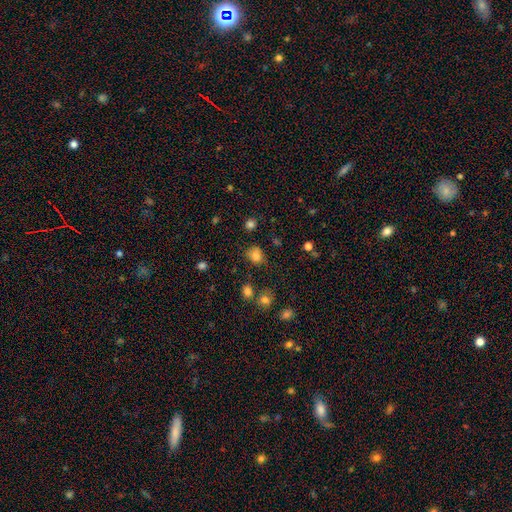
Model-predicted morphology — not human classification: smooth-or-featured: smooth: 80% | star or artifact: 13% | featured or disk: 7%
  how-rounded: round: 61% | in between: 38% | cigar-shaped: 1%
  merging: none: 68% | minor disturbance: 22% | major disturbance: 6% | merger: 4%